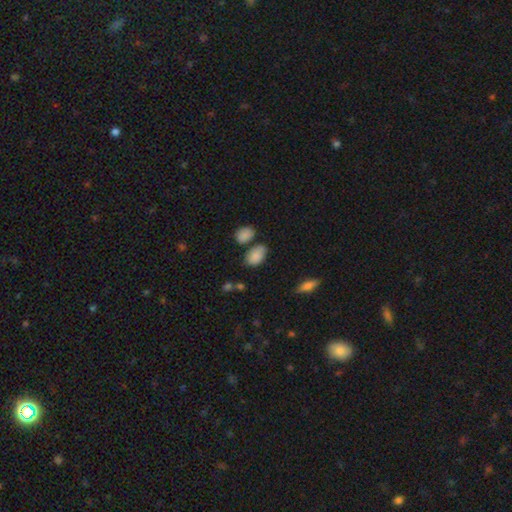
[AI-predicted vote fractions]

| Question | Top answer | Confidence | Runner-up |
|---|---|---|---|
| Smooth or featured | smooth | 85% | star or artifact (8%) |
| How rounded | in between | 89% | round (10%) |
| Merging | none | 57% | minor disturbance (23%) |